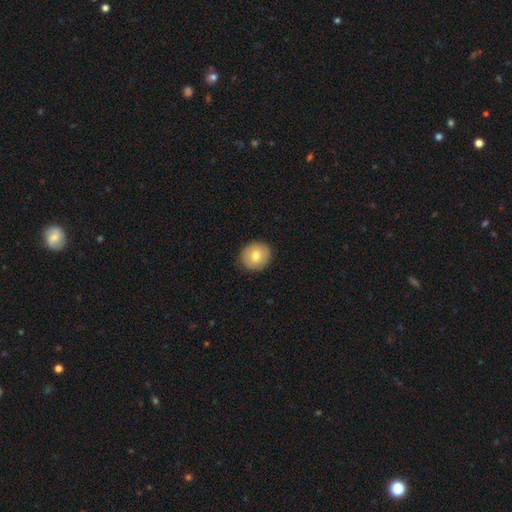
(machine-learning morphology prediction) Overall: smooth (75%). How rounded: round (88%). Merging: none (91%).